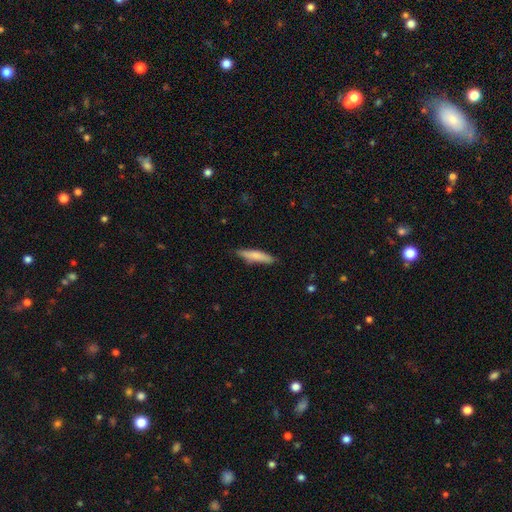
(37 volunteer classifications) Smooth or featured? smooth (92%)
How rounded? cigar-shaped (91%)
Merging? none (78%)